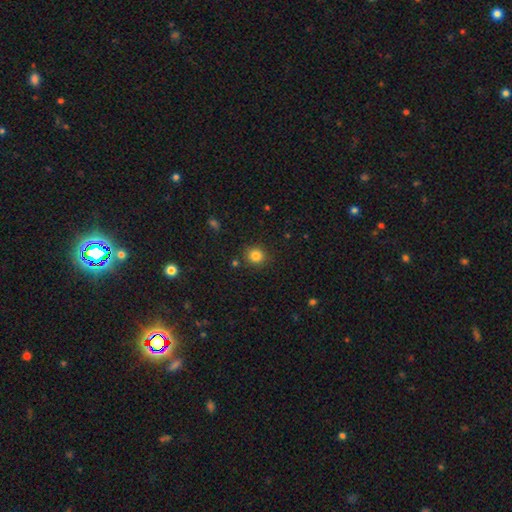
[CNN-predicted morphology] Smooth or featured? Predicted: smooth (p=0.83). How rounded? Predicted: round (p=0.89). Merging? Predicted: none (p=0.88).